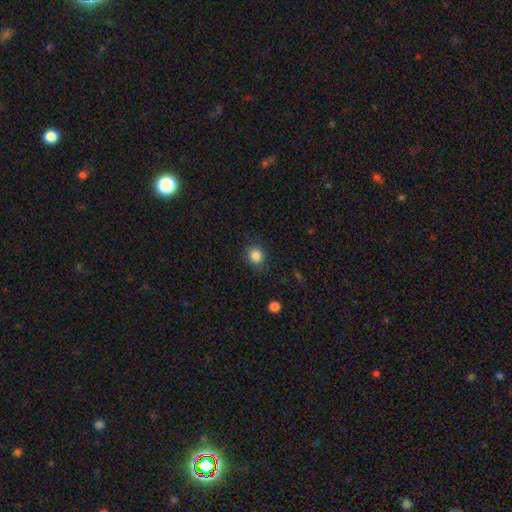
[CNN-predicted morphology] type=smooth (85%); roundness=round (81%); merging=none (85%).